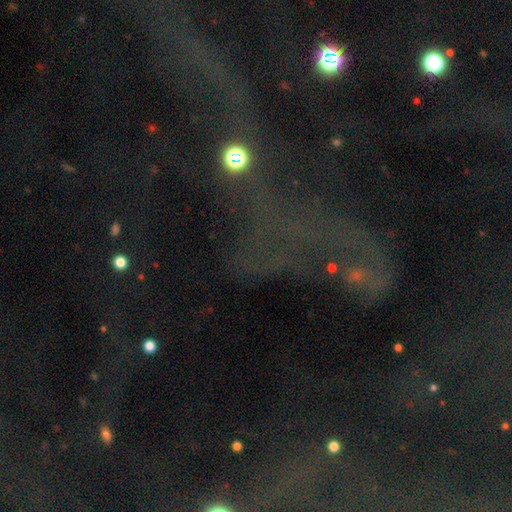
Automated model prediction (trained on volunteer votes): The model was most divided on "smooth or featured": star or artifact: 55%, featured or disk: 24%, smooth: 21%.